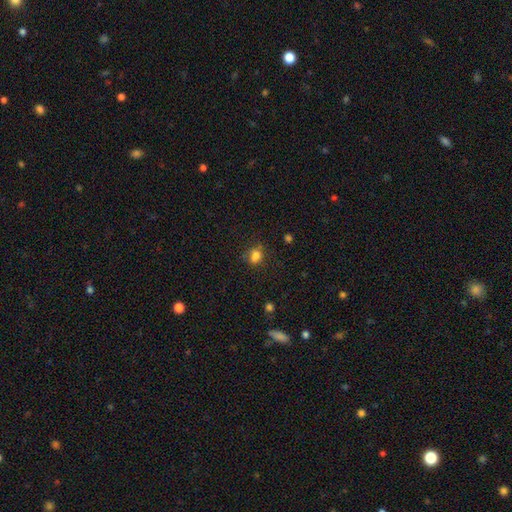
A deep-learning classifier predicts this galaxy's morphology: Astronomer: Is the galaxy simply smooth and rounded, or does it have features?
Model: smooth — 77%.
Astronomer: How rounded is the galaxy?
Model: round — 55% (runner-up: in between, 44%).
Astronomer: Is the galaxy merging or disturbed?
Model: none — 59%.